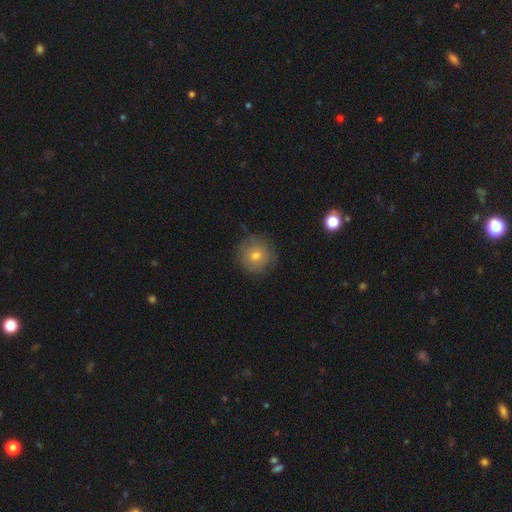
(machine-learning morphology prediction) A smooth galaxy with no disk features (70%) that is round (93%). Merging: none (81%).